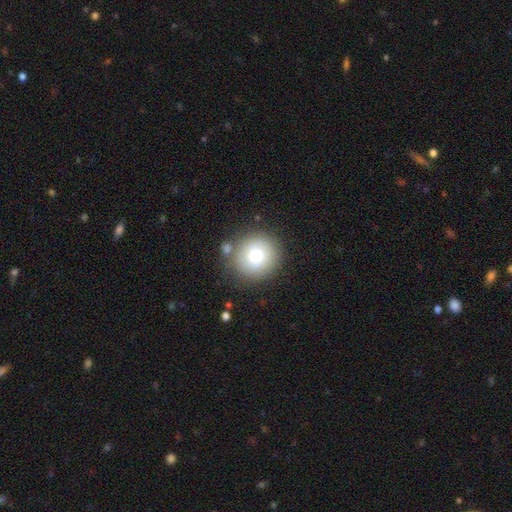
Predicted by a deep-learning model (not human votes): Morphology: type=smooth (75%); roundness=round (95%); merging=none (82%).